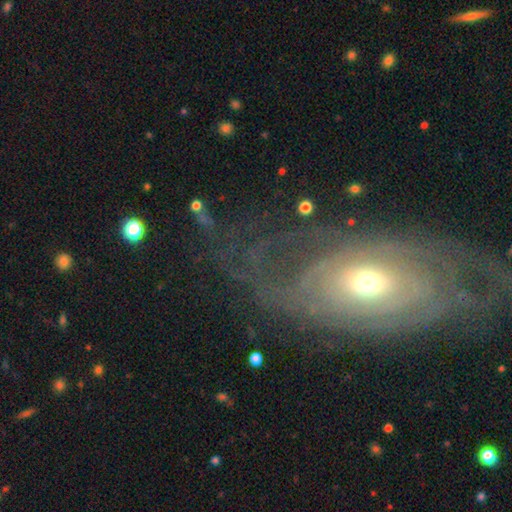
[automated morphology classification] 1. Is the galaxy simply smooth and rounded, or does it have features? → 77% featured or disk, 14% smooth, 9% star or artifact.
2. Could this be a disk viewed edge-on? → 91% no, 9% yes.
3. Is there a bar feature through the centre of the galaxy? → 75% no, 19% weak, 7% strong.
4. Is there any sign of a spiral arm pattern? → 78% yes, 22% no.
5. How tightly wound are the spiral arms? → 63% tight, 25% medium, 12% loose.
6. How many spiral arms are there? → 50% can't tell, 22% 2, 9% 3, 6% 4, 6% more than 4, 6% 1.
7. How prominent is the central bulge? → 56% moderate, 36% small, 6% large, 1% dominant, 1% none.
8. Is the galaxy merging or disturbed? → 66% none, 16% minor disturbance, 15% major disturbance, 3% merger.